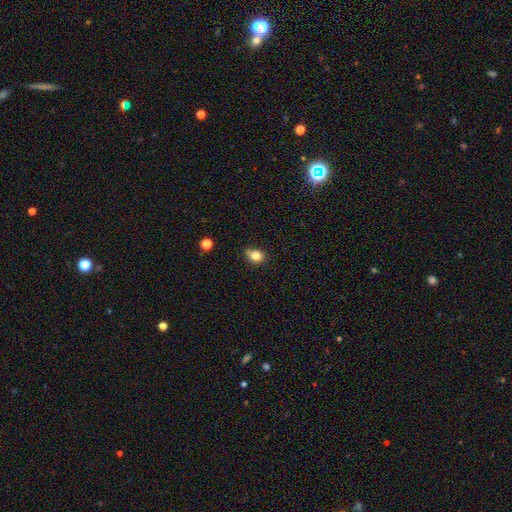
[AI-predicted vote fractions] Smooth or featured?
  - smooth: 82% *
  - star or artifact: 11%
  - featured or disk: 6%
How rounded?
  - round: 55% *
  - in between: 44%
  - cigar-shaped: 1%
Merging?
  - none: 64% *
  - minor disturbance: 25%
  - merger: 6%
  - major disturbance: 5%